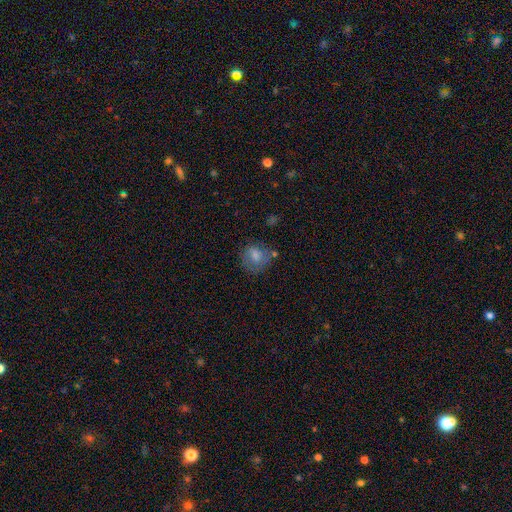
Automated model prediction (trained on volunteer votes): smooth 63%, featured or disk 27%, star or artifact 10%. Down the decision tree: how rounded — round (66%); merging — none (54%).